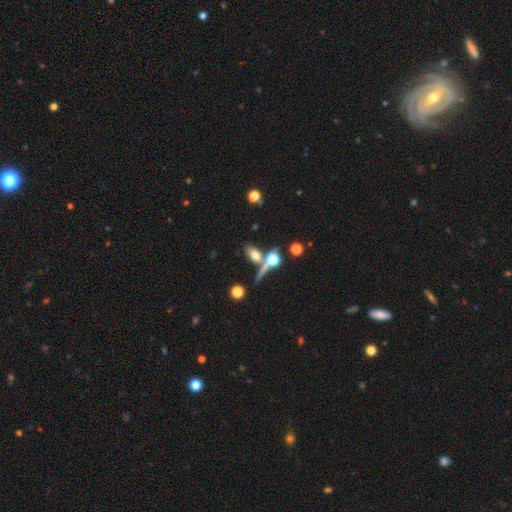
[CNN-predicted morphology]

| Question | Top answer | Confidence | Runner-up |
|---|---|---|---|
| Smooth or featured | smooth | 64% | featured or disk (23%) |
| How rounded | in between | 63% | cigar-shaped (21%) |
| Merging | none | 49% | merger (33%) |